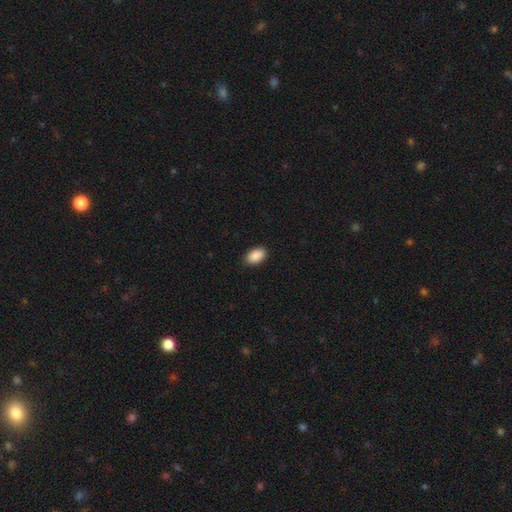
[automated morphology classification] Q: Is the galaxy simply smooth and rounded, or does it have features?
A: smooth — 91%.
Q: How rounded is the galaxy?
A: in between — 92%.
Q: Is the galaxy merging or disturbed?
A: none — 87%.